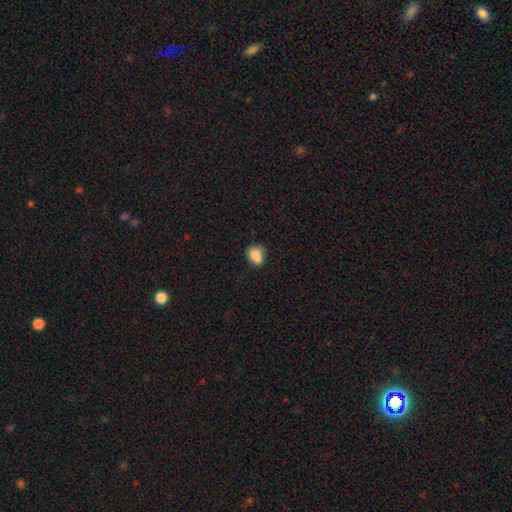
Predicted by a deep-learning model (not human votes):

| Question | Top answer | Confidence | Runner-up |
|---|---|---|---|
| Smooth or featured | smooth | 87% | star or artifact (9%) |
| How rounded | in between | 63% | round (35%) |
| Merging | none | 69% | minor disturbance (25%) |